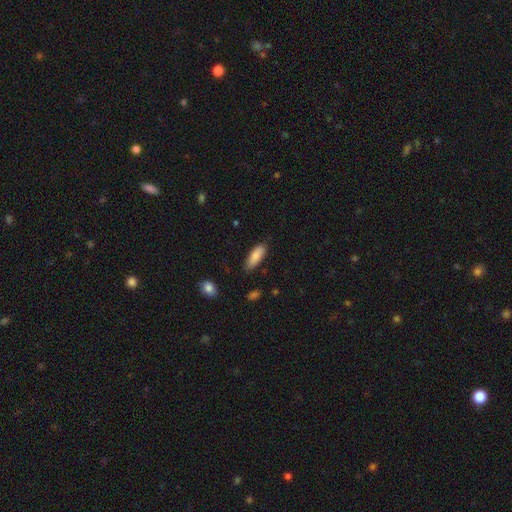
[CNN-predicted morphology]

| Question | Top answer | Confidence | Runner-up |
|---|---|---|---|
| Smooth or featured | smooth | 84% | featured or disk (9%) |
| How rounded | in between | 67% | cigar-shaped (31%) |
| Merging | none | 79% | minor disturbance (16%) |